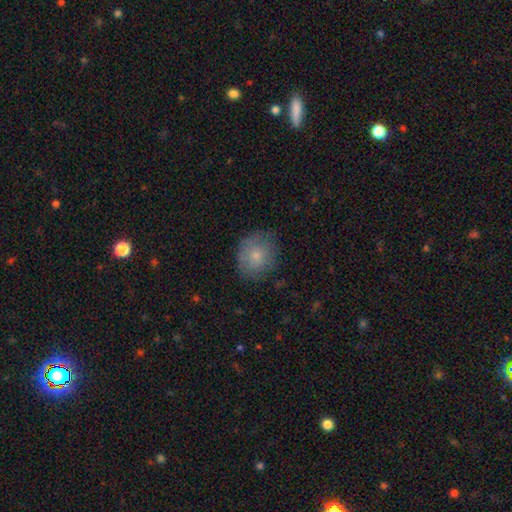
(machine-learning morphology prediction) Q: Smooth or featured?
A: smooth (76%); runner-up: featured or disk (16%)
Q: How rounded?
A: round (73%); runner-up: in between (26%)
Q: Merging?
A: none (72%); runner-up: minor disturbance (21%)